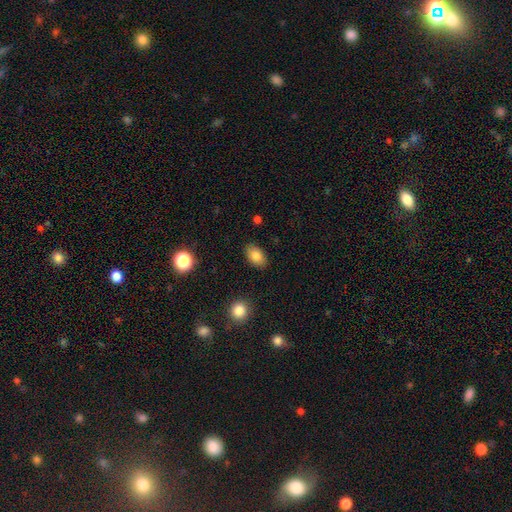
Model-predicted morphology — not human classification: smooth_or_featured: smooth (p=0.83) [alt: featured or disk p=0.09]
how_rounded: in between (p=0.88) [alt: round p=0.11]
merging: none (p=0.87) [alt: minor disturbance p=0.09]